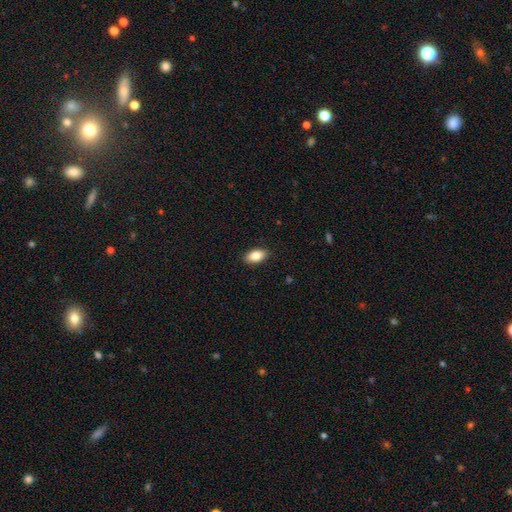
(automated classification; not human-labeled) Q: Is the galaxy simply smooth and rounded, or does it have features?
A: smooth — 86%.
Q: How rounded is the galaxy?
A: in between — 93%.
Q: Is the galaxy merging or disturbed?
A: none — 89%.